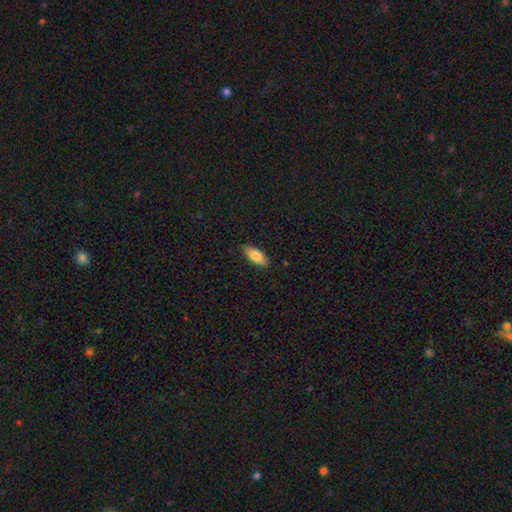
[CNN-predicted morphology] A smooth galaxy with no disk features (80%) that is in between round and cigar-shaped (78%). Merging: none (87%).